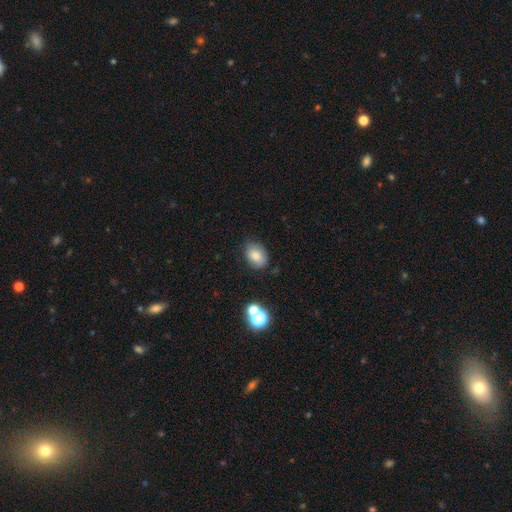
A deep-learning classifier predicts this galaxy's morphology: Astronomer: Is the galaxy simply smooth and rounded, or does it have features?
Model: smooth — 79%.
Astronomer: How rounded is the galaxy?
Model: in between — 72%.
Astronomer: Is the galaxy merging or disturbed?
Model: none — 77%.